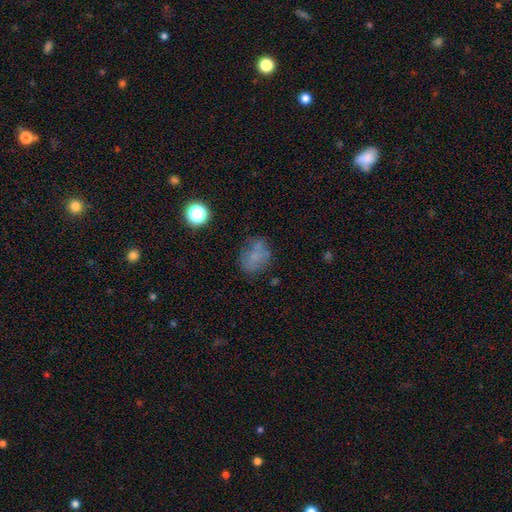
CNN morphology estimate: Q: Smooth or featured?
A: smooth (62%); runner-up: featured or disk (21%)
Q: How rounded?
A: round (51%); runner-up: in between (47%)
Q: Merging?
A: none (56%); runner-up: minor disturbance (23%)